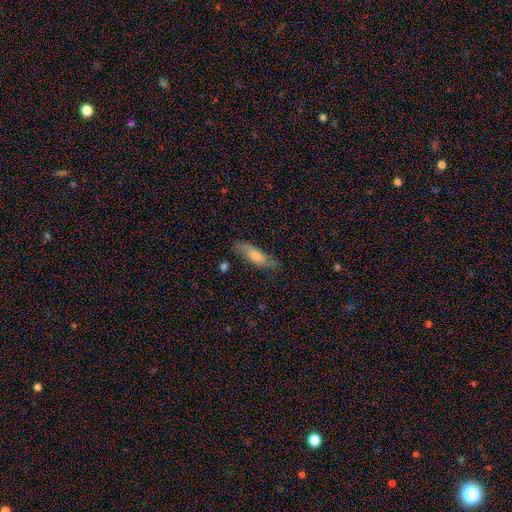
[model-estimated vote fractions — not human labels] Q: Smooth or featured?
A: smooth (58%); runner-up: featured or disk (35%)
Q: How rounded?
A: cigar-shaped (55%); runner-up: in between (42%)
Q: Merging?
A: none (76%); runner-up: minor disturbance (18%)